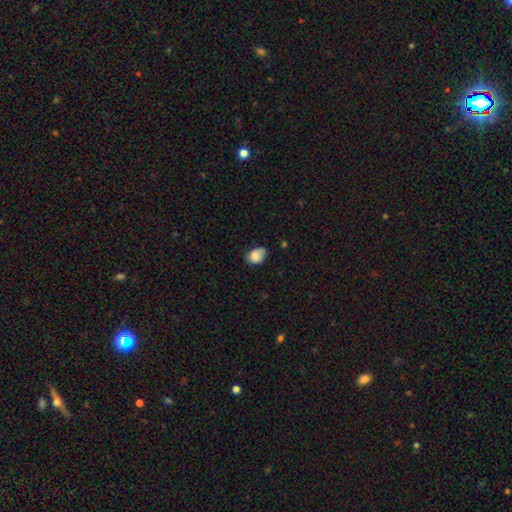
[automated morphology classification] Smooth or featured? smooth (82%)
How rounded? in between (73%)
Merging? none (58%)